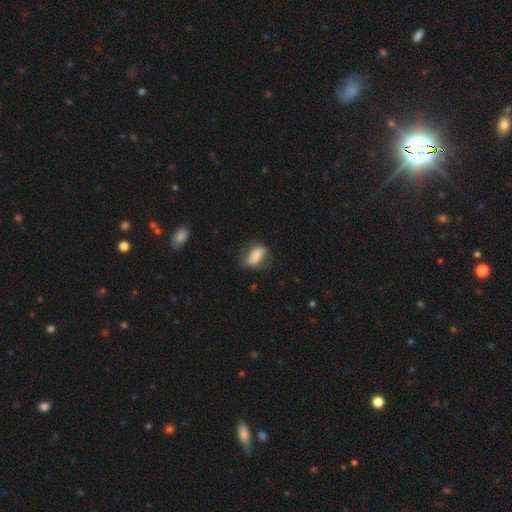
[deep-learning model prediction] Overall: smooth (71%). How rounded: in between (80%). Merging: none (63%; minor disturbance 25%).